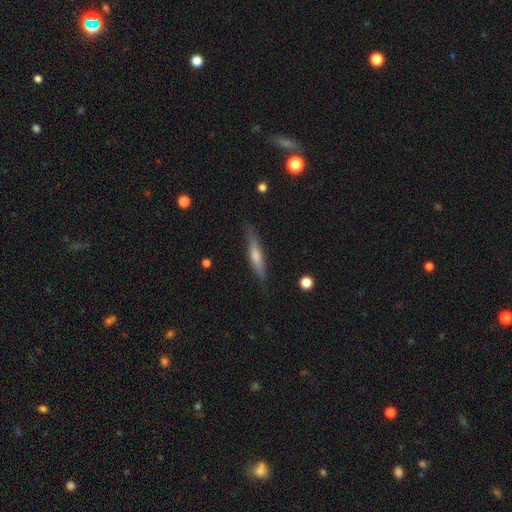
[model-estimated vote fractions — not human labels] Q: Smooth or featured?
A: featured or disk (50%); runner-up: smooth (43%)
Q: Edge-on disk?
A: yes (93%); runner-up: no (7%)
Q: Merging?
A: none (85%); runner-up: minor disturbance (12%)